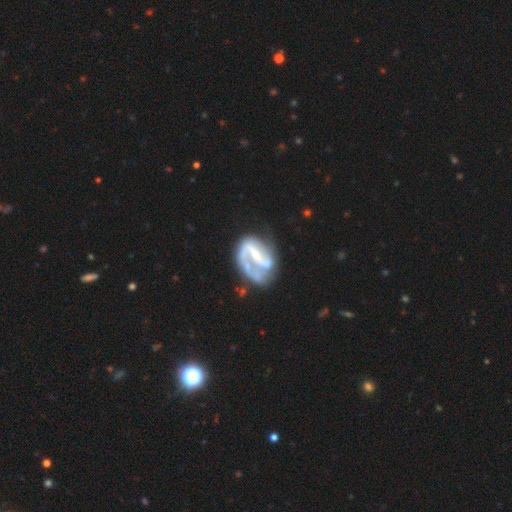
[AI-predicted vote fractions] Overall: featured or disk (85%). Edge-on disk: no (98%). Bar: strong (45%; weak 37%). Spiral arms: yes (90%). Spiral arm count: 2 (63%). Spiral winding: medium (44%; loose 32%). Bulge size: small (61%; moderate 29%). Merging: none (48%; major disturbance 24%).